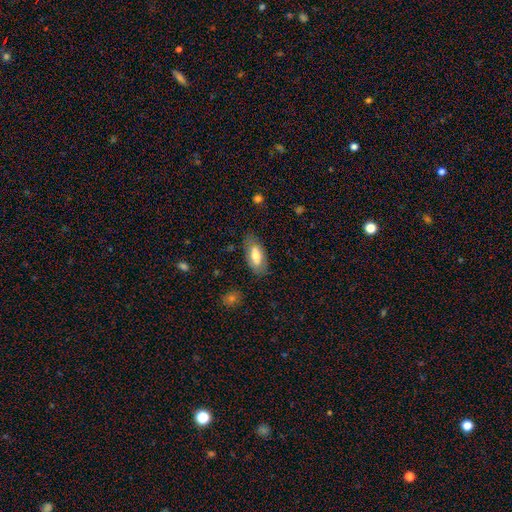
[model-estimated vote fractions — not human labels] Smooth or featured? smooth (67%)
How rounded? in between (86%)
Merging? none (79%)